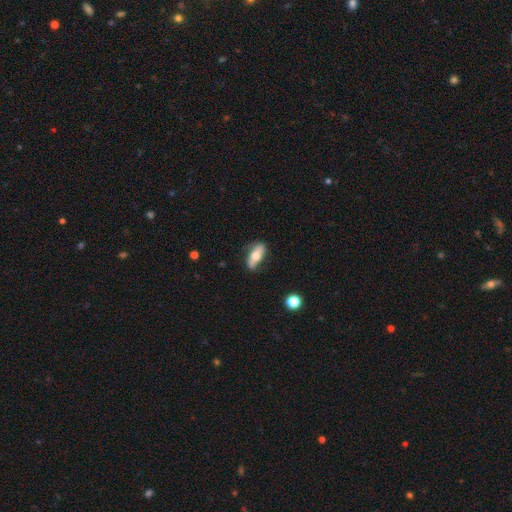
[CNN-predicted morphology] A smooth galaxy with no disk features (54%) that is in between round and cigar-shaped (75%).

Vote fractions:
- Smooth or featured? smooth: 54% / featured or disk: 39% / star or artifact: 7%
- How rounded? in between: 75% / cigar-shaped: 22% / round: 4%
- Merging? none: 71% / minor disturbance: 22% / major disturbance: 6% / merger: 2%